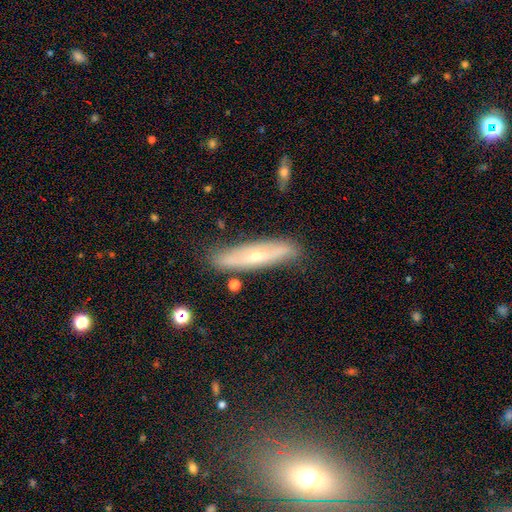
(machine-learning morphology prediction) The model was most divided on "edge-on disk": yes: 59%, no: 41%. More confident: merging — none (81%); smooth or featured — featured or disk (58%).